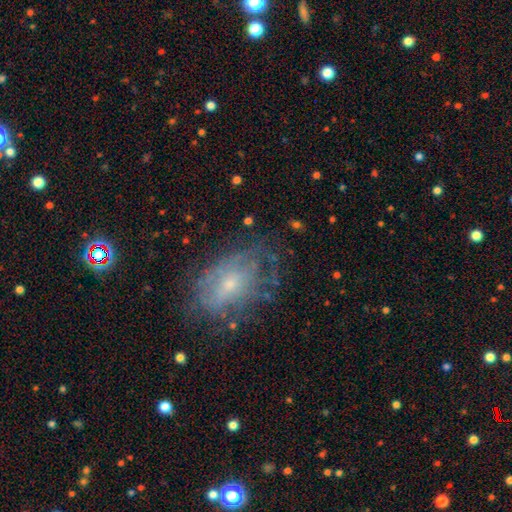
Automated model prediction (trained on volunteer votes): The model was most divided on "spiral arms": yes: 62%, no: 38%. More confident: edge-on disk — no (93%); bulge size — small (65%); bar — no (65%); merging — none (64%); smooth or featured — featured or disk (55%).